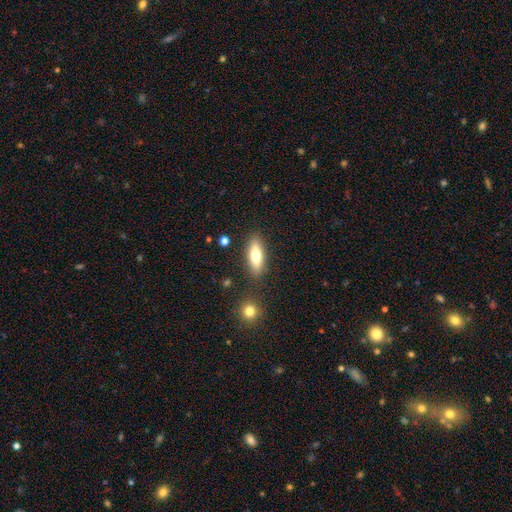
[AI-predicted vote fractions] A smooth galaxy with no disk features (69%) that is in between round and cigar-shaped (61%).

Vote fractions:
- Smooth or featured? smooth: 69% / featured or disk: 25% / star or artifact: 7%
- How rounded? in between: 61% / cigar-shaped: 36% / round: 3%
- Merging? none: 84% / minor disturbance: 9% / merger: 4% / major disturbance: 3%